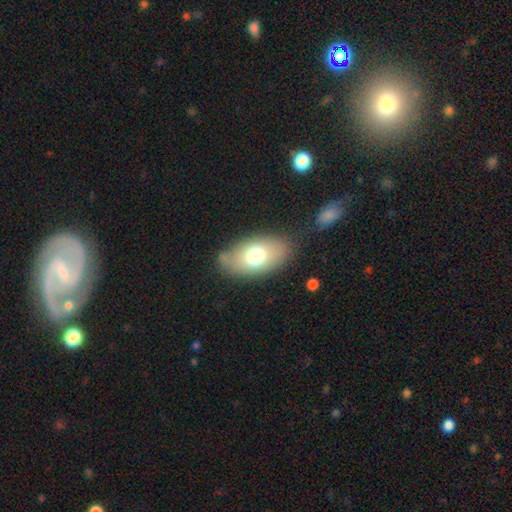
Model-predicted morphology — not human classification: smooth 72%, featured or disk 19%, star or artifact 9%. Down the decision tree: how rounded — in between (90%); merging — none (76%).